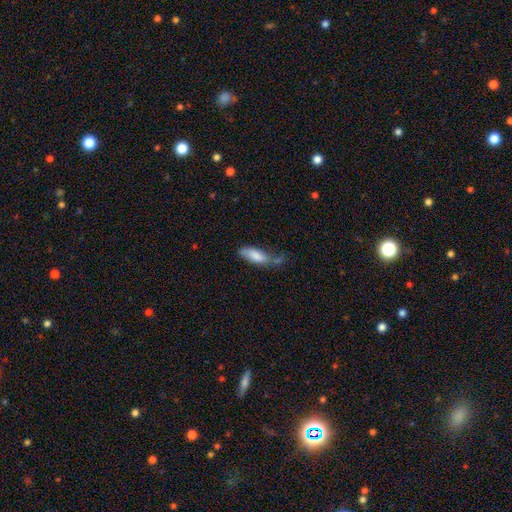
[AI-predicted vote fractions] This is likely a smooth galaxy (79%). How rounded: likely in between (66%). Merging: marginally none (41%).